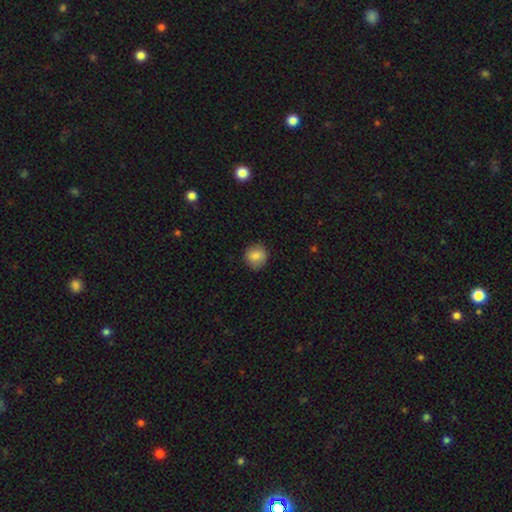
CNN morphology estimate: This is clearly a smooth galaxy (83%). How rounded: clearly round (85%). Merging: clearly none (86%).